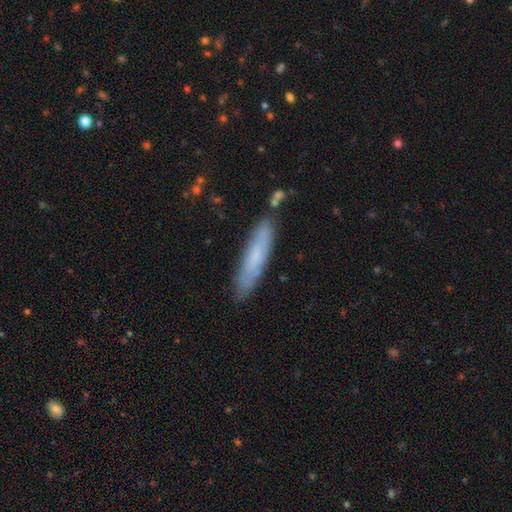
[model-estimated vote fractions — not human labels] A smooth galaxy with no disk features (65%) that is cigar-shaped (85%).

Vote fractions:
- Smooth or featured? smooth: 65% / featured or disk: 28% / star or artifact: 7%
- How rounded? cigar-shaped: 85% / in between: 14% / round: 1%
- Merging? none: 79% / minor disturbance: 14% / merger: 4% / major disturbance: 3%